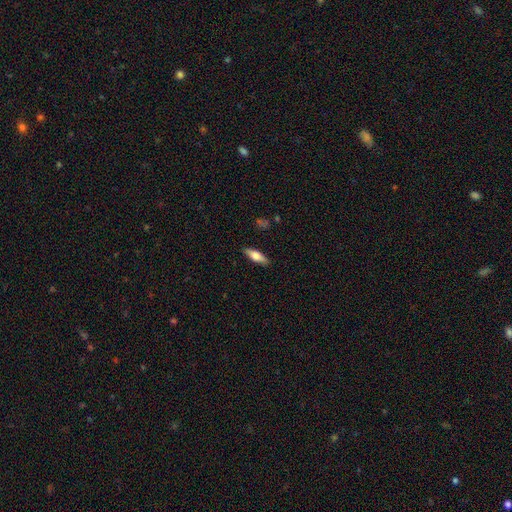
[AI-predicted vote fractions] Smooth or featured? Predicted: smooth (p=0.60). How rounded? Predicted: in between (p=0.52). Merging? Predicted: none (p=0.88).